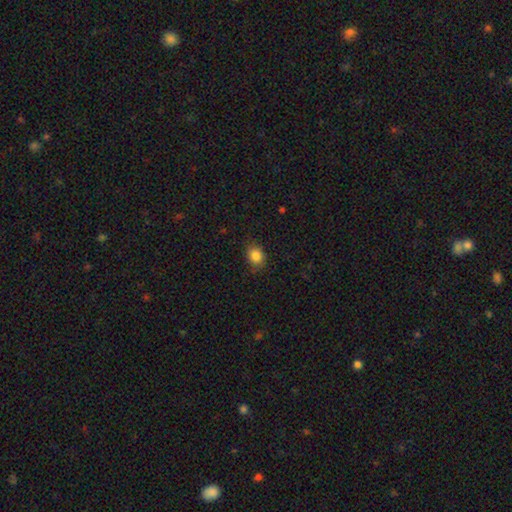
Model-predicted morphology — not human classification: The model was most divided on "how rounded": round: 56%, in between: 43%, cigar-shaped: 1%. More confident: smooth or featured — smooth (85%); merging — none (81%).